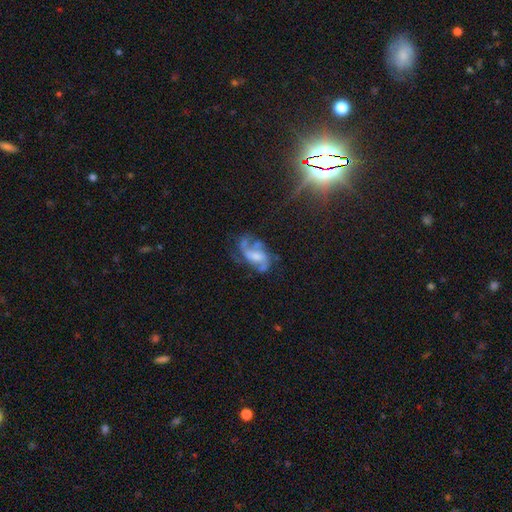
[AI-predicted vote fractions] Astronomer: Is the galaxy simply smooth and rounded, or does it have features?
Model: featured or disk — 72%.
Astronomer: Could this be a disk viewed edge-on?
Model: no — 96%.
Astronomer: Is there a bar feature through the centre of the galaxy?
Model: no — 49% (runner-up: weak, 38%).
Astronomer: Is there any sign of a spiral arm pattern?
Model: yes — 82%.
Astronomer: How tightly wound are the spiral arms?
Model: medium — 43% (runner-up: loose, 40%).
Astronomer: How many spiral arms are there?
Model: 2 — 47%.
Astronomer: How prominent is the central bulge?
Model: moderate — 41% (runner-up: small, 32%).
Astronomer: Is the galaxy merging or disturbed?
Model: none — 42% (runner-up: major disturbance, 28%).